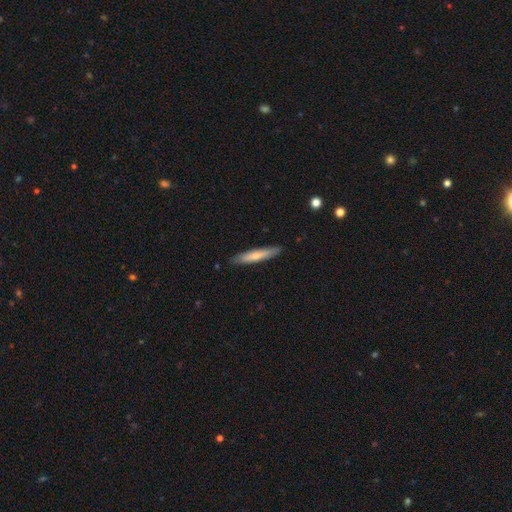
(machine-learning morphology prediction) type=smooth (66%); roundness=cigar-shaped (90%); merging=none (87%).